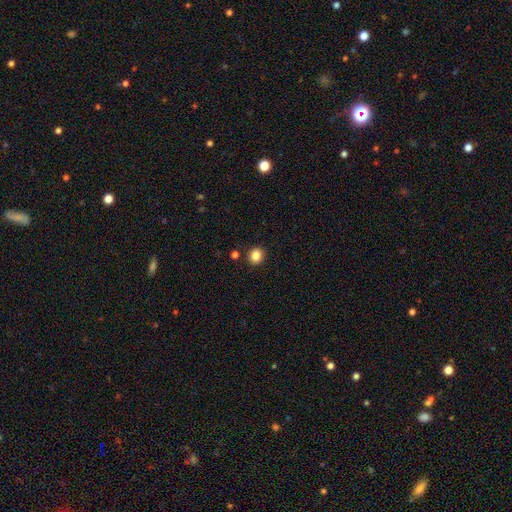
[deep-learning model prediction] A smooth galaxy with no disk features (85%) that is round (79%). Merging: none (89%).